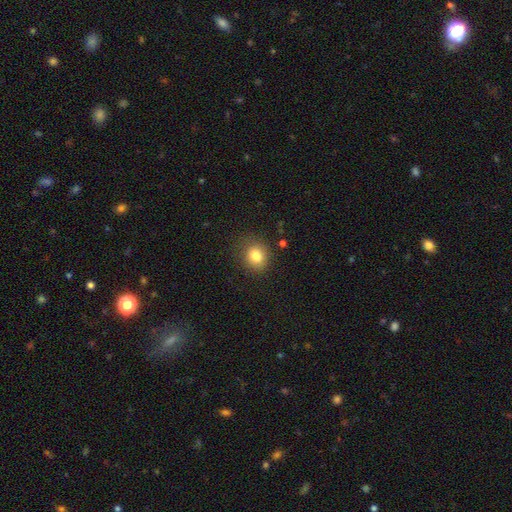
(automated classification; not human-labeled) Morphology: type=smooth (82%); roundness=round (59%); merging=none (78%).